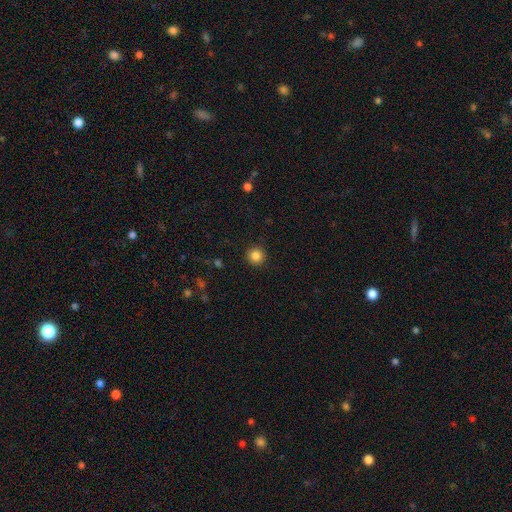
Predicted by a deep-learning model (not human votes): smooth_or_featured: smooth (p=0.85) [alt: star or artifact p=0.11]
how_rounded: round (p=0.95) [alt: in between p=0.04]
merging: none (p=0.92) [alt: minor disturbance p=0.05]